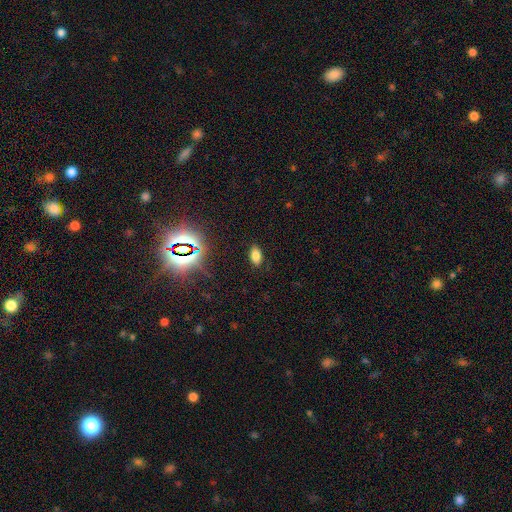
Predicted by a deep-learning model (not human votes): Smooth or featured? smooth (74%)
How rounded? in between (91%)
Merging? none (86%)